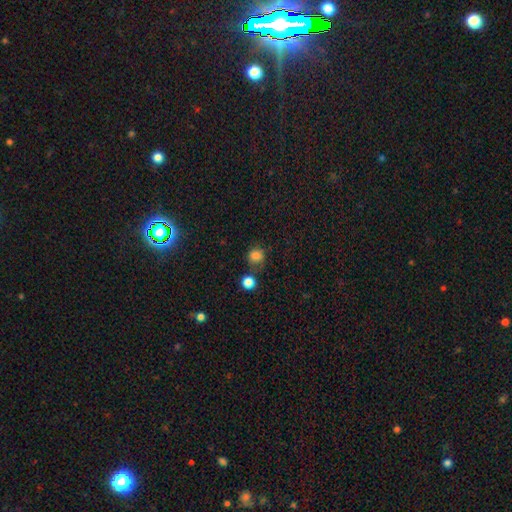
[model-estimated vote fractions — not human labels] smooth_or_featured: smooth (p=0.81) [alt: star or artifact p=0.13]
how_rounded: round (p=0.87) [alt: in between p=0.12]
merging: none (p=0.70) [alt: minor disturbance p=0.15]